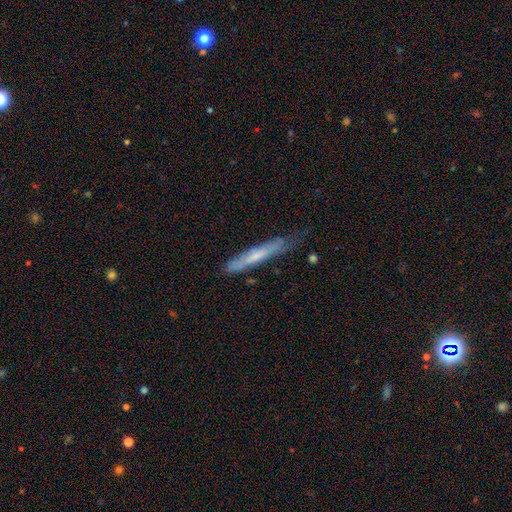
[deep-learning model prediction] This appears to be a smooth galaxy with no disk features (53%) that is cigar-shaped (94%). Merging: none (62%).